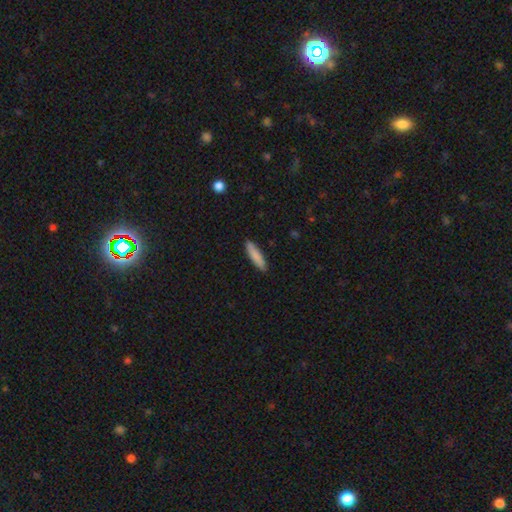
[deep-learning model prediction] This appears to be a smooth galaxy with no disk features (84%) that is cigar-shaped (79%). Merging: none (88%).